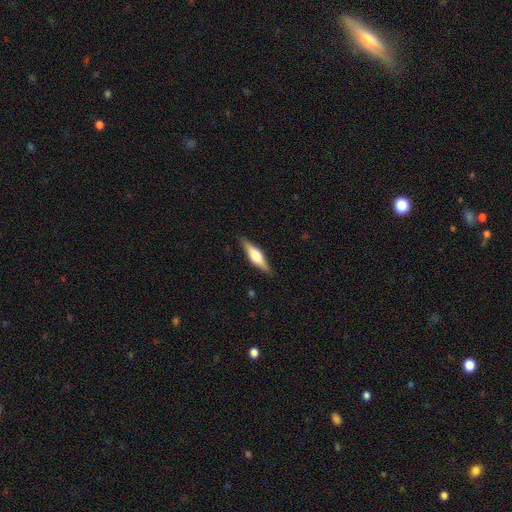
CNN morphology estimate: The model was most divided on "smooth or featured": featured or disk: 63%, smooth: 32%, star or artifact: 6%. More confident: edge-on disk — yes (96%); edge-on bulge — rounded (90%); merging — none (89%).